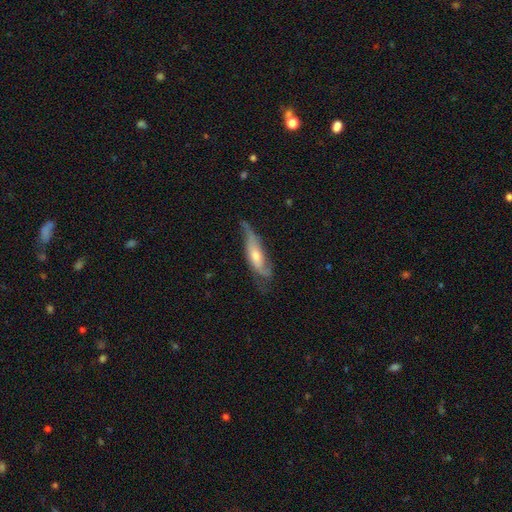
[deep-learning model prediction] Q: Smooth or featured?
A: featured or disk (66%); runner-up: smooth (28%)
Q: Edge-on disk?
A: no (66%); runner-up: yes (34%)
Q: Merging?
A: none (49%); runner-up: minor disturbance (31%)